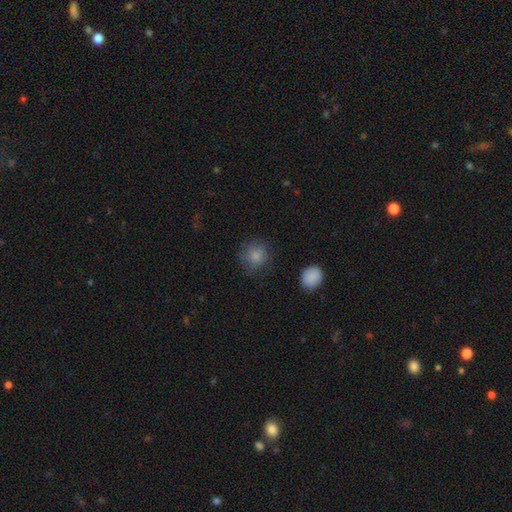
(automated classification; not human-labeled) Overall: smooth (84%). How rounded: round (89%). Merging: none (77%).